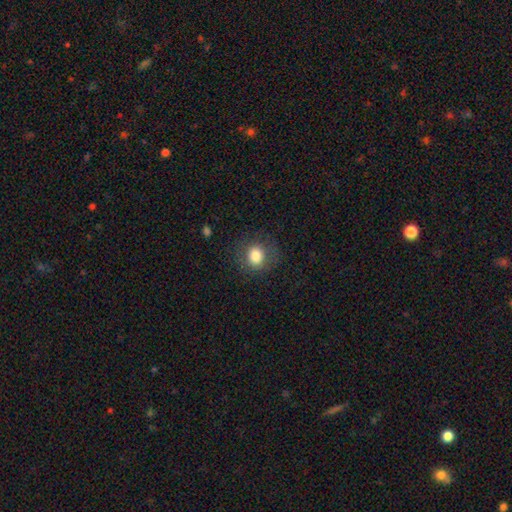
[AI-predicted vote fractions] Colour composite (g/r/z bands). It shows a smooth galaxy with no disk features (82%) that is round (78%). Merging: none (82%).